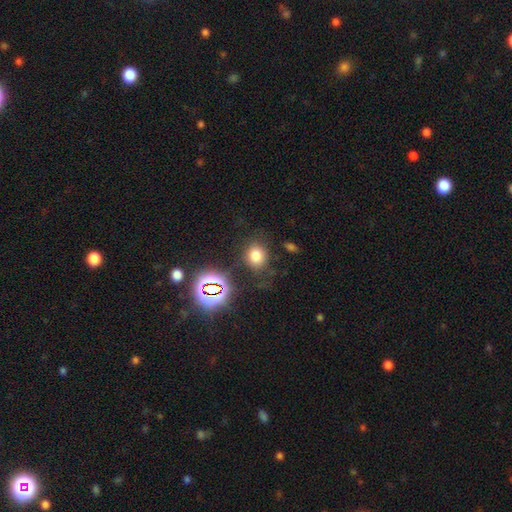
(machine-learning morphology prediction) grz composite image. It shows a smooth galaxy with no disk features (71%) that is round (61%). Merging: none (76%).